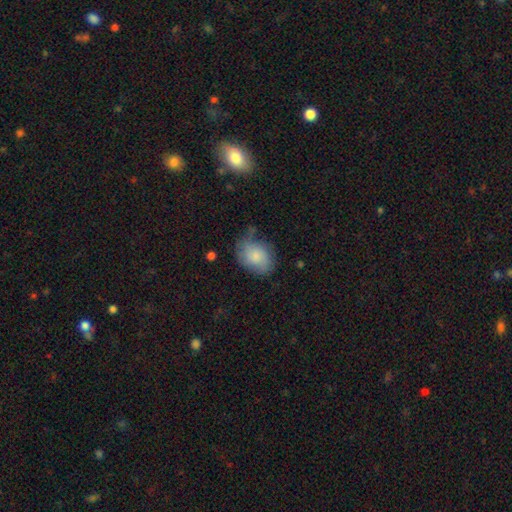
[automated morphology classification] The model was most divided on "merging": none: 56%, minor disturbance: 30%, major disturbance: 10%, merger: 3%. More confident: smooth or featured — smooth (77%); how rounded — in between (66%).